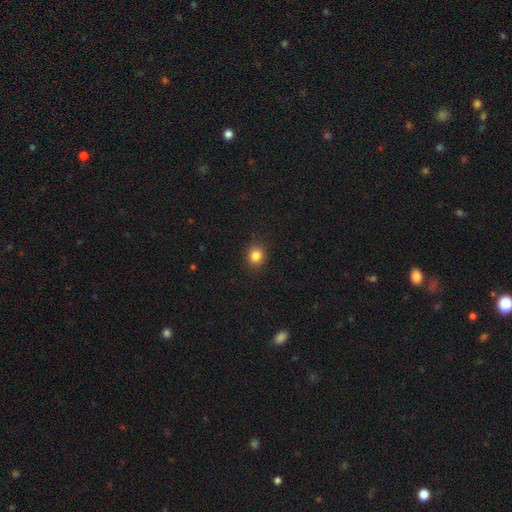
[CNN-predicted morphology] Smooth or featured?
  - smooth: 84% *
  - star or artifact: 11%
  - featured or disk: 5%
How rounded?
  - round: 75% *
  - in between: 25%
  - cigar-shaped: 1%
Merging?
  - none: 90% *
  - minor disturbance: 7%
  - major disturbance: 2%
  - merger: 1%